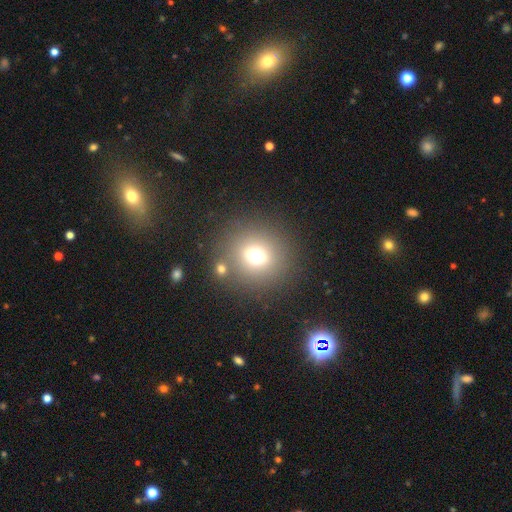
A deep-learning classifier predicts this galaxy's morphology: smooth_or_featured: smooth (p=0.66) [alt: star or artifact p=0.19]
how_rounded: round (p=0.81) [alt: in between p=0.18]
merging: none (p=0.76) [alt: merger p=0.10]